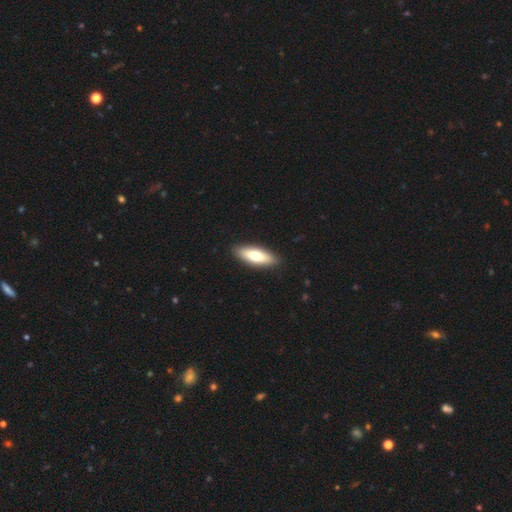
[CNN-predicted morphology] The model was most divided on "how rounded": in between: 59%, cigar-shaped: 39%, round: 2%. More confident: merging — none (90%); smooth or featured — smooth (71%).